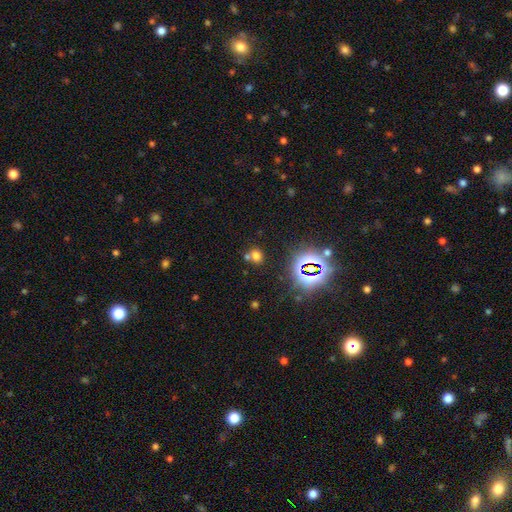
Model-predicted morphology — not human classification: Smooth or featured? Predicted: smooth (p=0.60). How rounded? Predicted: round (p=0.67). Merging? Predicted: none (p=0.59).